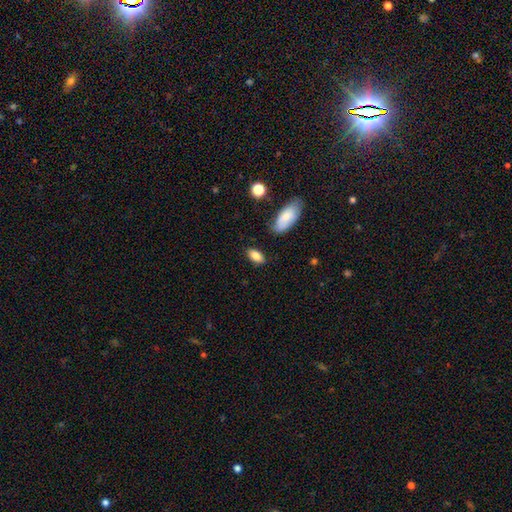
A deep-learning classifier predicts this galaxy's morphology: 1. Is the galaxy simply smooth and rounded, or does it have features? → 82% smooth, 10% featured or disk, 8% star or artifact.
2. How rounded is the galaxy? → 88% in between, 8% cigar-shaped, 4% round.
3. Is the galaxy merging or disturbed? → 83% none, 12% minor disturbance, 3% major disturbance, 2% merger.